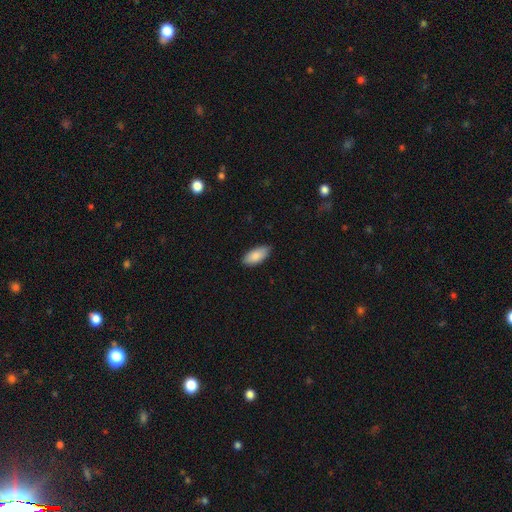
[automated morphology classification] A smooth galaxy with no disk features (87%) that is in between round and cigar-shaped (90%). Merging: none (83%).